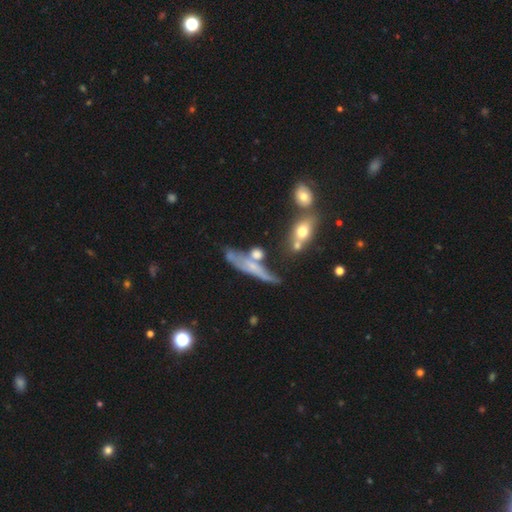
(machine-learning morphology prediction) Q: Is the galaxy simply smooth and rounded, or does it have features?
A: featured or disk — 52%.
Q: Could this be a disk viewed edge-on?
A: yes — 64%.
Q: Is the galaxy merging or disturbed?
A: none — 41%.